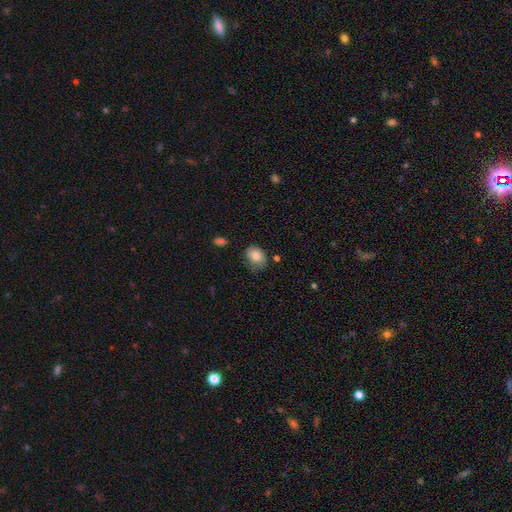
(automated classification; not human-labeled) Smooth or featured?
  - smooth: 83% *
  - featured or disk: 8%
  - star or artifact: 8%
How rounded?
  - in between: 61% *
  - round: 38%
  - cigar-shaped: 1%
Merging?
  - none: 66% *
  - minor disturbance: 26%
  - major disturbance: 5%
  - merger: 3%